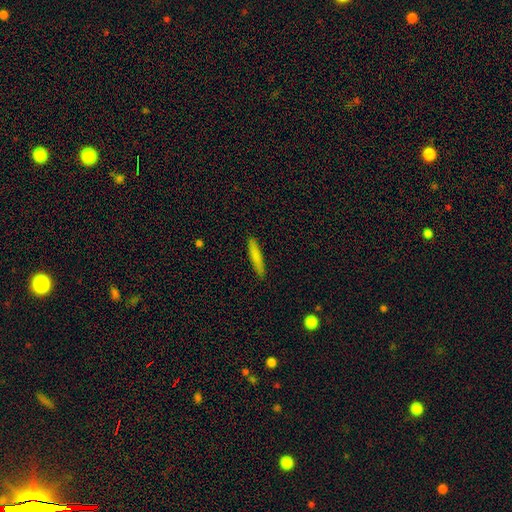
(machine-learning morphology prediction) This is likely a smooth galaxy (79%). How rounded: clearly cigar-shaped (92%). Merging: clearly none (89%).